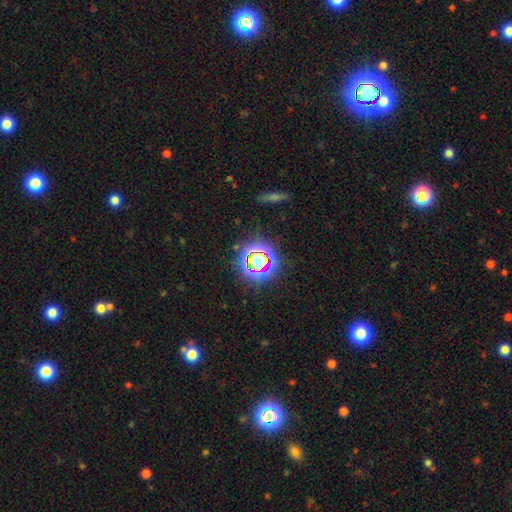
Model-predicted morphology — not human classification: Smooth or featured?
  - star or artifact: 64% *
  - smooth: 25%
  - featured or disk: 11%